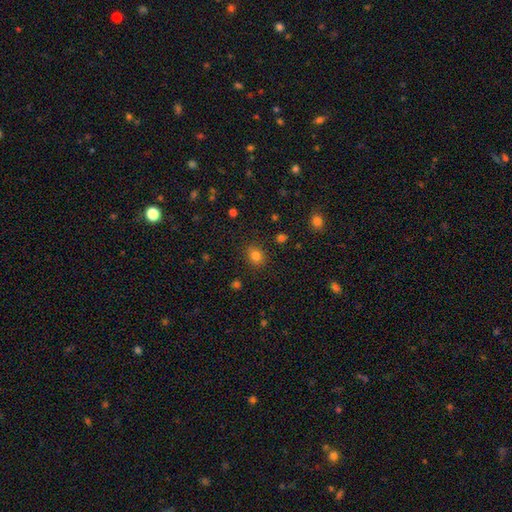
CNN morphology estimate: The model was most divided on "how rounded": round: 64%, in between: 35%, cigar-shaped: 1%. More confident: merging — none (84%); smooth or featured — smooth (81%).